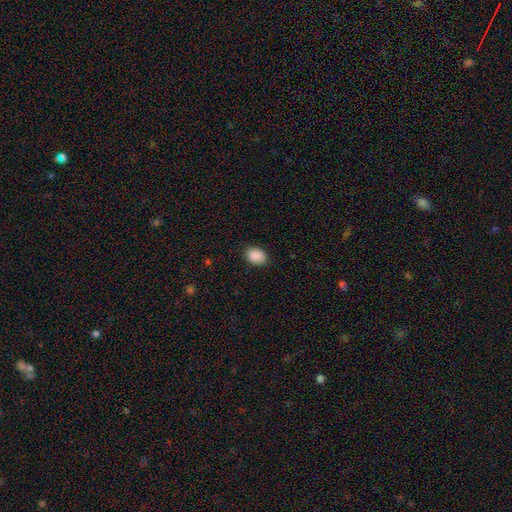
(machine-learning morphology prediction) This appears to be a smooth galaxy with no disk features (90%) that is in between round and cigar-shaped (73%). Merging: none (88%).